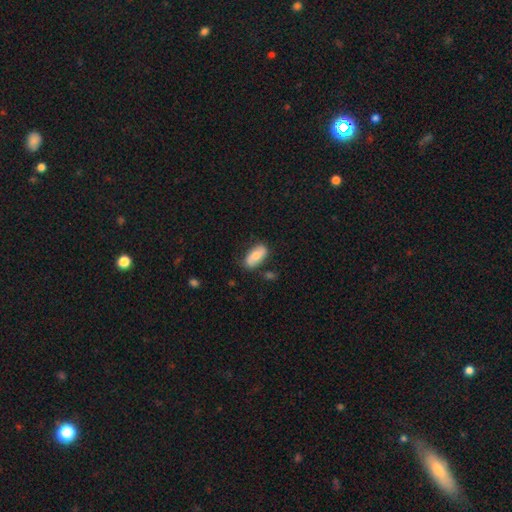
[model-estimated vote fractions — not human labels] Smooth or featured? Predicted: smooth (p=0.68). How rounded? Predicted: in between (p=0.89). Merging? Predicted: none (p=0.78).